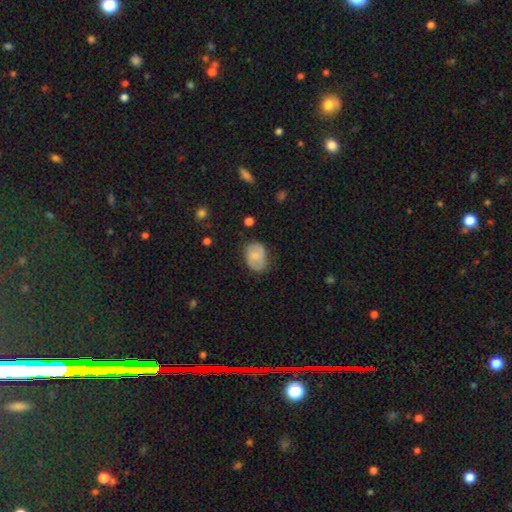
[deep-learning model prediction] Morphology: type=smooth (56%); roundness=in between (72%); merging=none (64%).